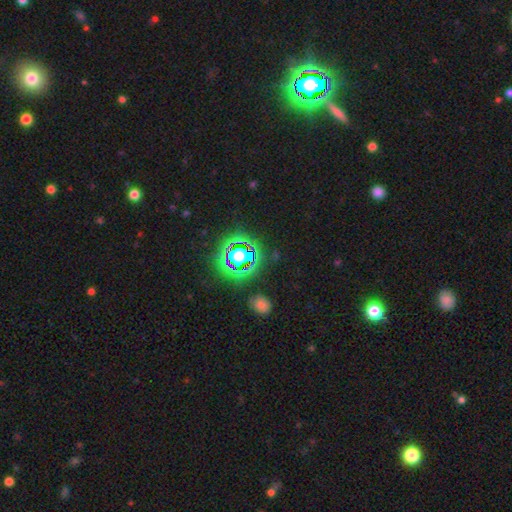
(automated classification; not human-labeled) Q: Smooth or featured?
A: star or artifact (81%); runner-up: smooth (11%)